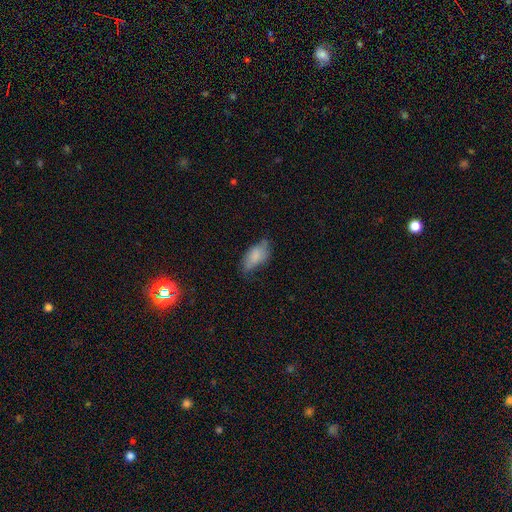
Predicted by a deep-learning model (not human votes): Smooth or featured?
  - smooth: 72% *
  - featured or disk: 20%
  - star or artifact: 8%
How rounded?
  - in between: 90% *
  - cigar-shaped: 7%
  - round: 3%
Merging?
  - none: 49% *
  - minor disturbance: 36%
  - major disturbance: 13%
  - merger: 2%